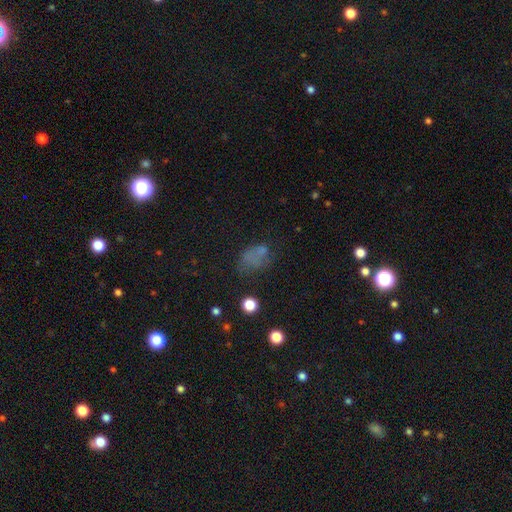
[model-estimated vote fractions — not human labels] Q: Smooth or featured?
A: smooth (56%); runner-up: star or artifact (24%)
Q: How rounded?
A: in between (76%); runner-up: round (22%)
Q: Merging?
A: none (43%); runner-up: minor disturbance (25%)